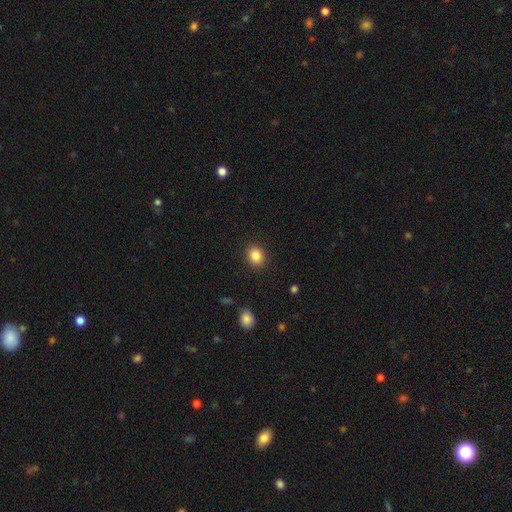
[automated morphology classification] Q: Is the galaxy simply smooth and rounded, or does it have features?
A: smooth — 85%.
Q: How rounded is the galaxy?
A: round — 60%.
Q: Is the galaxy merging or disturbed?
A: none — 89%.